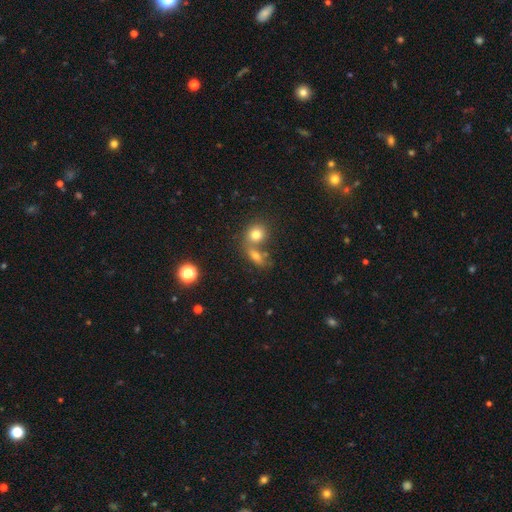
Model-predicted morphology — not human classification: The model was most divided on "merging": merger: 43%, none: 41%, minor disturbance: 10%, major disturbance: 6%. More confident: smooth or featured — smooth (70%); how rounded — in between (63%).